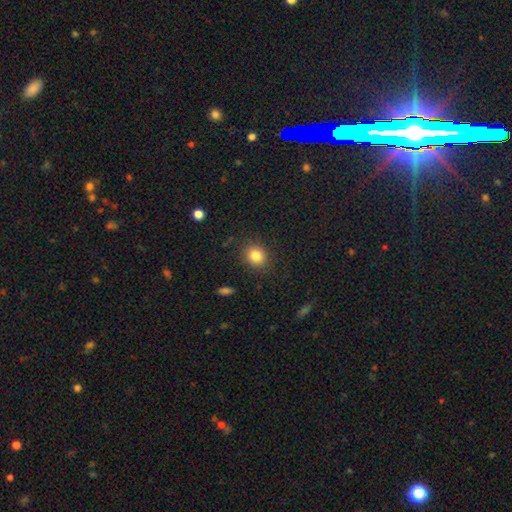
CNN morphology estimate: This appears to be a smooth galaxy with no disk features (83%) that is round (68%). Merging: none (88%).